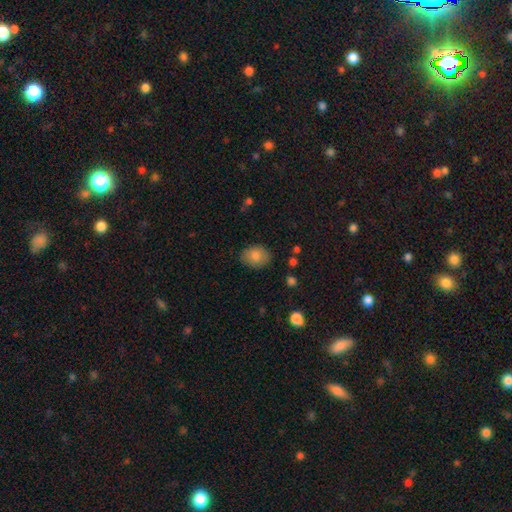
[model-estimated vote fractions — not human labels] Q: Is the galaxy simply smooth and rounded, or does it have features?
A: smooth — 82%.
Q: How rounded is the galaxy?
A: in between — 62%.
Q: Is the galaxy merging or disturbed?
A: none — 83%.